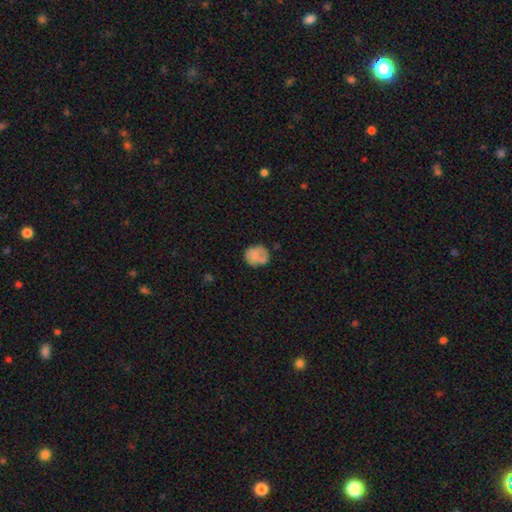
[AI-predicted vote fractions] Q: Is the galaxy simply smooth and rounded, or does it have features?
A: smooth — 67%.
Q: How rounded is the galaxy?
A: round — 73%.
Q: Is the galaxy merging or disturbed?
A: none — 63%.